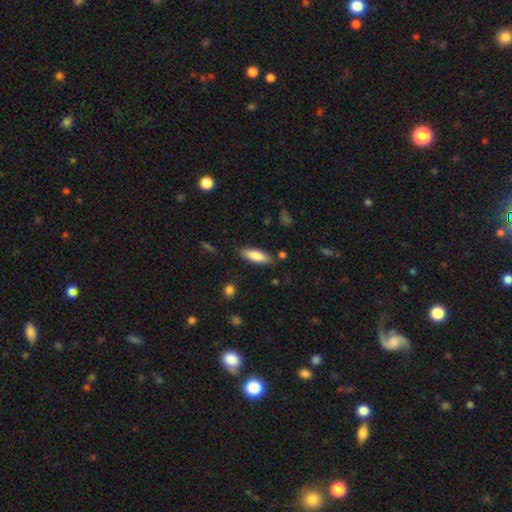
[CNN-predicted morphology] This is likely a smooth galaxy (78%). How rounded: possibly in between (56%). Merging: clearly none (82%).